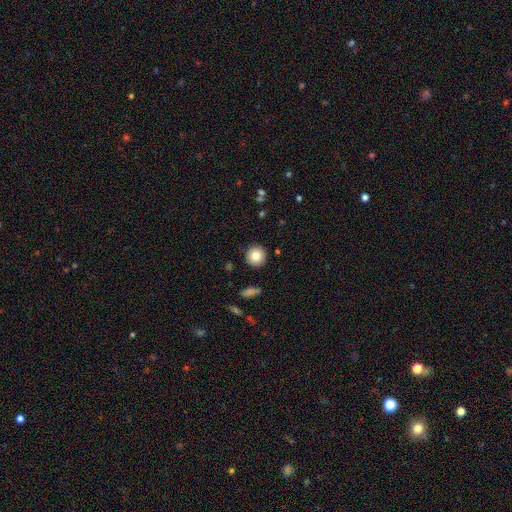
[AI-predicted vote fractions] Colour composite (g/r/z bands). It shows a smooth galaxy with no disk features (81%) that is round (95%). Merging: none (91%).